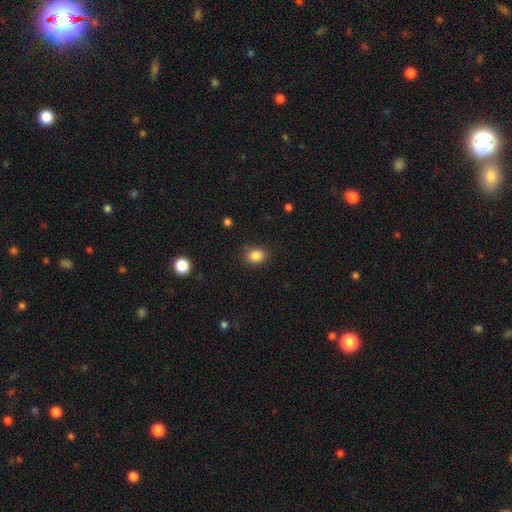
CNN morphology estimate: smooth_or_featured: smooth (p=0.86) [alt: star or artifact p=0.10]
how_rounded: in between (p=0.60) [alt: round p=0.39]
merging: none (p=0.85) [alt: minor disturbance p=0.11]